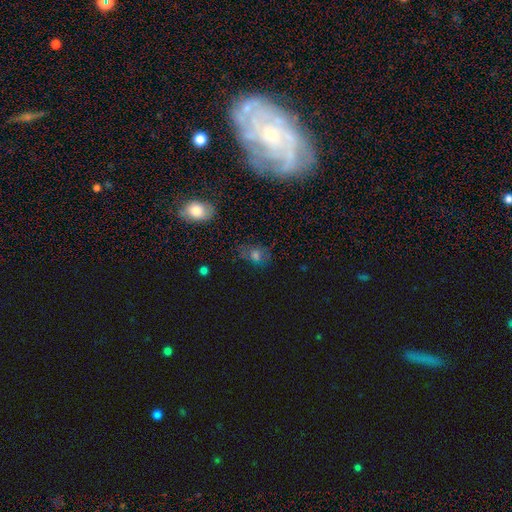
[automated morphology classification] A smooth galaxy with no disk features (54%) that is in between round and cigar-shaped (54%).

Vote fractions:
- Smooth or featured? smooth: 54% / star or artifact: 27% / featured or disk: 19%
- How rounded? in between: 54% / round: 43% / cigar-shaped: 3%
- Merging? none: 66% / minor disturbance: 19% / major disturbance: 11% / merger: 5%